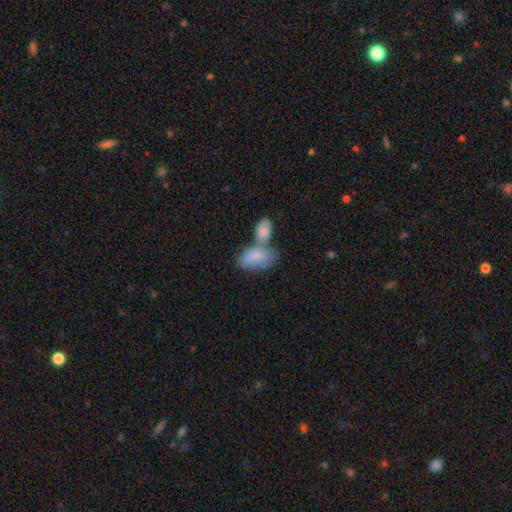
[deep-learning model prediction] Overall: smooth (79%). How rounded: in between (93%). Merging: merger (62%).